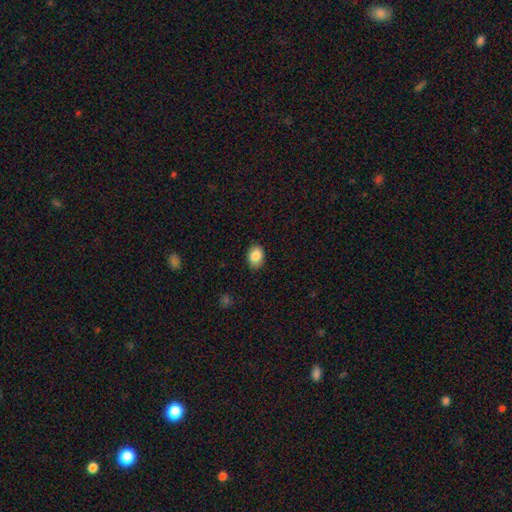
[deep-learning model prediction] A smooth galaxy with no disk features (86%) that is in between round and cigar-shaped (76%).

Vote fractions:
- Smooth or featured? smooth: 86% / star or artifact: 8% / featured or disk: 6%
- How rounded? in between: 76% / round: 23% / cigar-shaped: 1%
- Merging? none: 86% / minor disturbance: 11% / major disturbance: 2% / merger: 1%